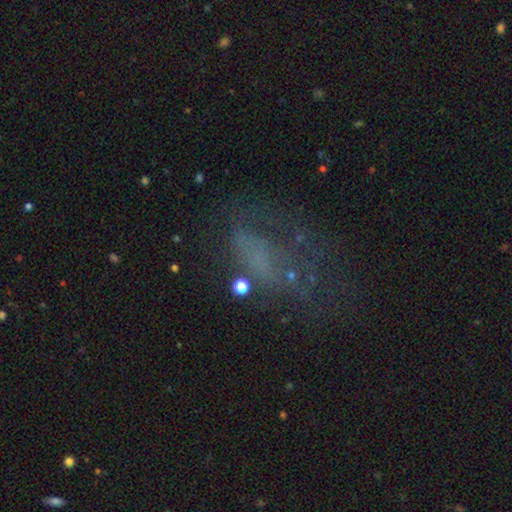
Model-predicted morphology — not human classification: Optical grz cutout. It shows a featured or disk galaxy (40%). Merging: major disturbance (39%).